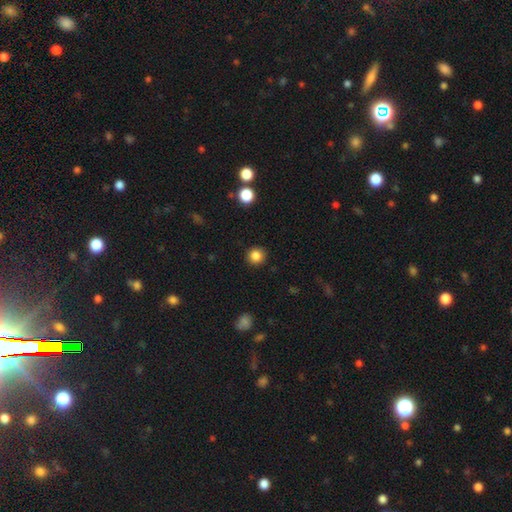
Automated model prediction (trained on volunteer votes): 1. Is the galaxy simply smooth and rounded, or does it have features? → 85% smooth, 11% star or artifact, 4% featured or disk.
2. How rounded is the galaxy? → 93% round, 6% in between, 1% cigar-shaped.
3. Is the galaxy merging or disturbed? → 92% none, 5% minor disturbance, 2% major disturbance, 1% merger.